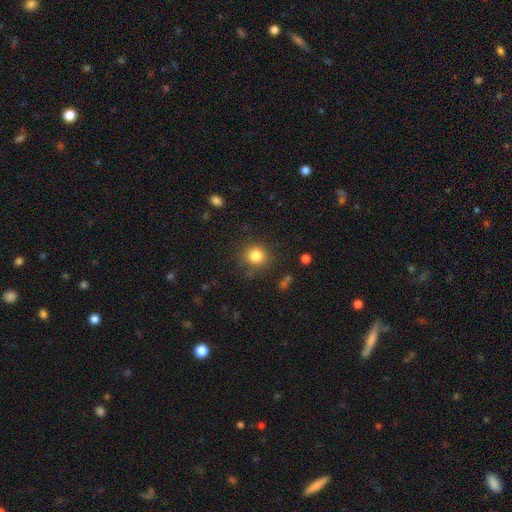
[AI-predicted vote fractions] The model was most divided on "smooth or featured": smooth: 82%, star or artifact: 12%, featured or disk: 6%. More confident: how rounded — round (89%); merging — none (83%).